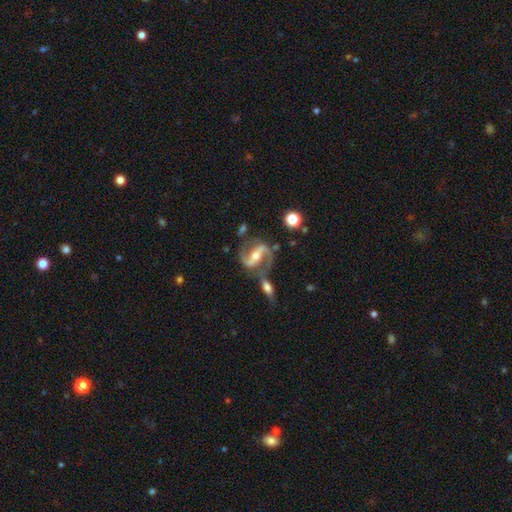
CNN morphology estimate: The model was most divided on "bulge size": moderate: 58%, small: 35%, large: 4%, none: 2%, dominant: 1%. More confident: spiral arms — yes (98%); edge-on disk — no (96%); spiral arm count — 2 (94%); smooth or featured — featured or disk (91%); merging — none (64%); bar — strong (56%); spiral winding — medium (54%).